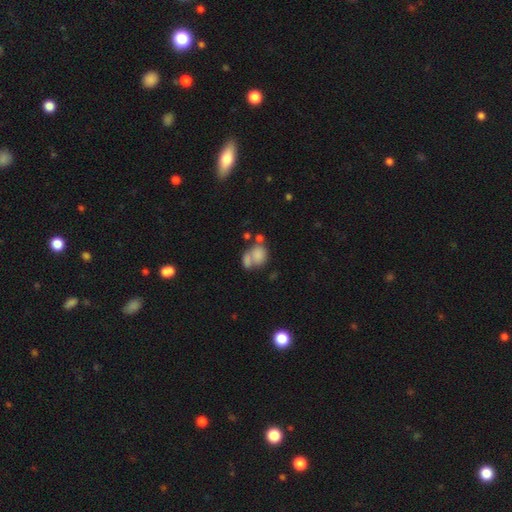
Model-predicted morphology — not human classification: type=smooth (74%); roundness=in between (53%); merging=merger (51%).